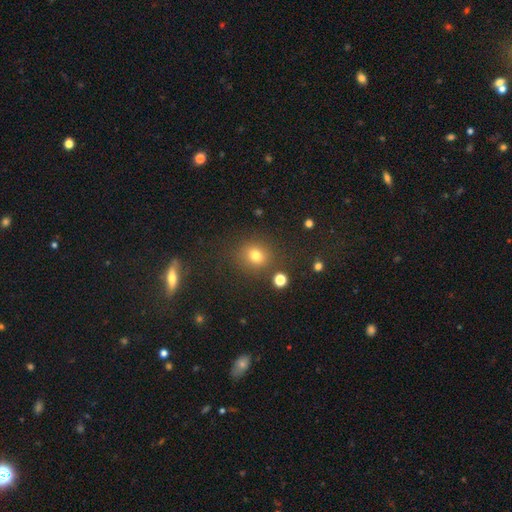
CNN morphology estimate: Smooth or featured?
  - smooth: 75% *
  - star or artifact: 17%
  - featured or disk: 8%
How rounded?
  - round: 80% *
  - in between: 18%
  - cigar-shaped: 1%
Merging?
  - none: 82% *
  - minor disturbance: 10%
  - merger: 4%
  - major disturbance: 4%